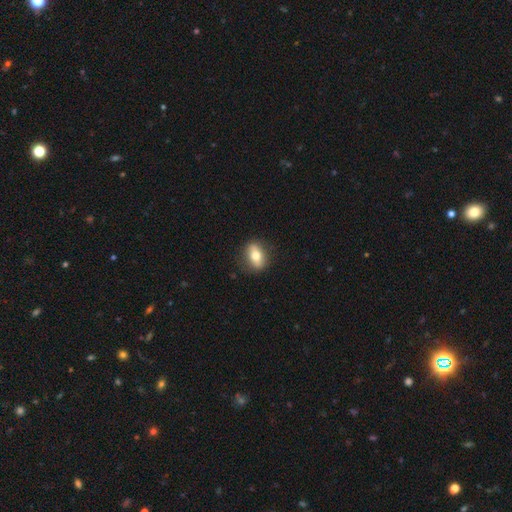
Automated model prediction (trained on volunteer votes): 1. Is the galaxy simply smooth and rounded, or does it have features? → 65% smooth, 28% featured or disk, 7% star or artifact.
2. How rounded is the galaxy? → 74% in between, 19% round, 7% cigar-shaped.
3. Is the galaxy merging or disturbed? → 84% none, 12% minor disturbance, 3% major disturbance, 1% merger.